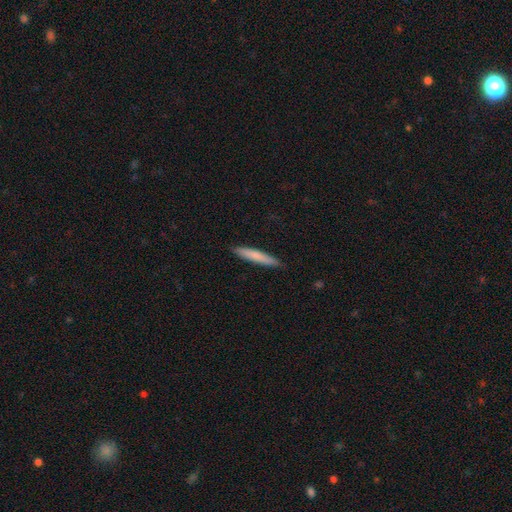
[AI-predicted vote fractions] Q: Smooth or featured?
A: smooth (76%); runner-up: featured or disk (19%)
Q: How rounded?
A: cigar-shaped (93%); runner-up: in between (6%)
Q: Merging?
A: none (89%); runner-up: minor disturbance (8%)